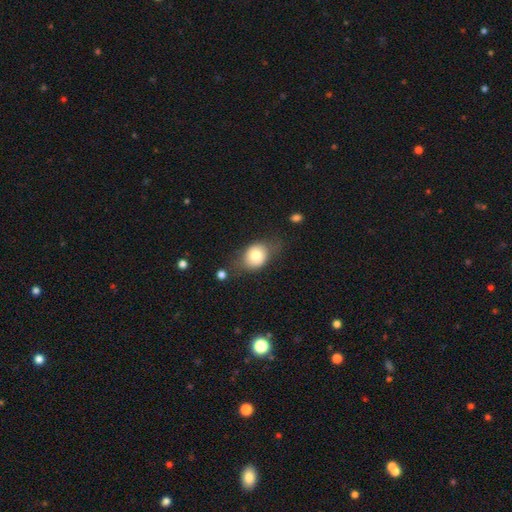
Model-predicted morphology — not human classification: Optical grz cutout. It shows a smooth galaxy with no disk features (73%) that is in between round and cigar-shaped (51%). Merging: none (61%).